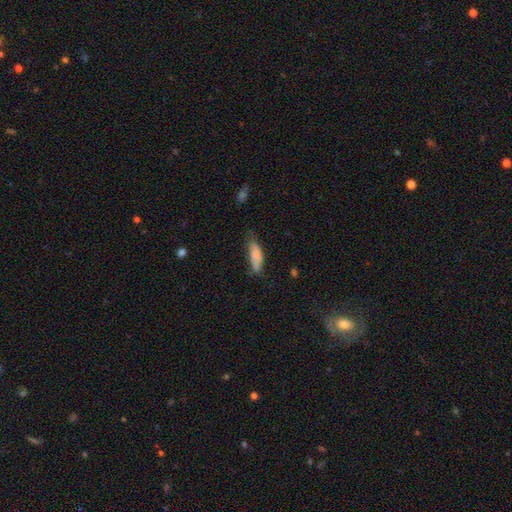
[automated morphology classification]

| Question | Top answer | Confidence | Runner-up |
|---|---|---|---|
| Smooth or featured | smooth | 79% | featured or disk (14%) |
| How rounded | in between | 56% | cigar-shaped (42%) |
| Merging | none | 47% | minor disturbance (36%) |